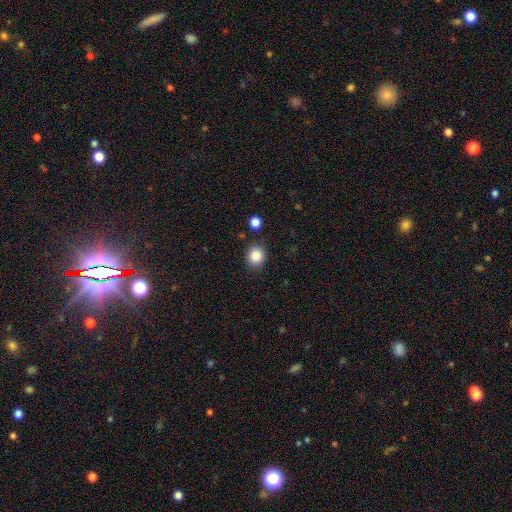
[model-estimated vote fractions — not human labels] Q: Smooth or featured?
A: smooth (86%); runner-up: star or artifact (10%)
Q: How rounded?
A: round (77%); runner-up: in between (22%)
Q: Merging?
A: none (86%); runner-up: minor disturbance (9%)